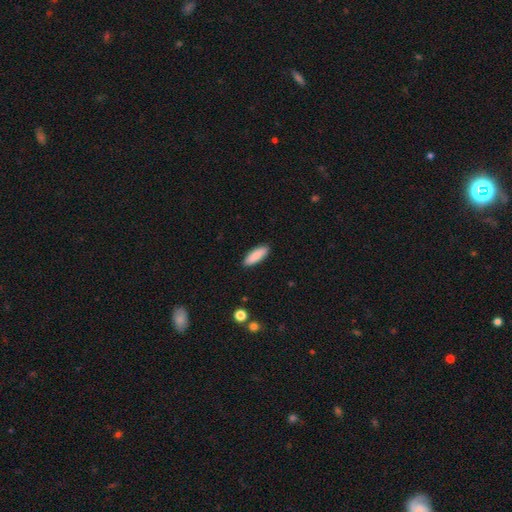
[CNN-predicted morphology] Q: Smooth or featured?
A: smooth (88%); runner-up: featured or disk (7%)
Q: How rounded?
A: in between (54%); runner-up: cigar-shaped (44%)
Q: Merging?
A: none (90%); runner-up: minor disturbance (7%)